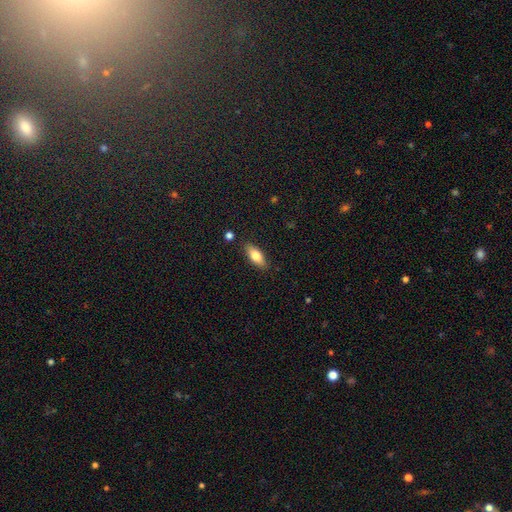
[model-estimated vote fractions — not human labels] Smooth or featured? smooth (75%)
How rounded? in between (78%)
Merging? none (85%)